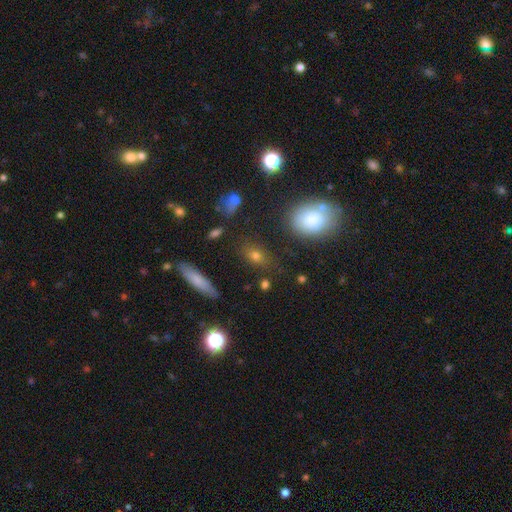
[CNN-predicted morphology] The model was most divided on "how rounded": in between: 63%, round: 28%, cigar-shaped: 8%. More confident: merging — none (74%); smooth or featured — smooth (70%).